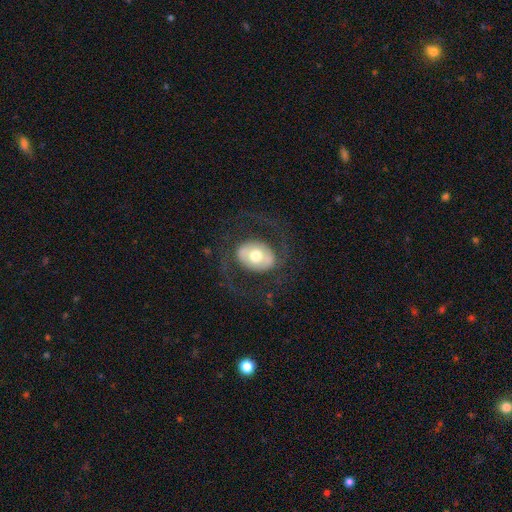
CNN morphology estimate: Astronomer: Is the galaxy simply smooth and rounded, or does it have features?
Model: featured or disk — 59% (runner-up: smooth, 35%).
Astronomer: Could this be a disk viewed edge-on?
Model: no — 94%.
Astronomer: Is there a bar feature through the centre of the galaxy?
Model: no — 61%.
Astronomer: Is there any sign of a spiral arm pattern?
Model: yes — 52% (runner-up: no, 48%).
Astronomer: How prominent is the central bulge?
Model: moderate — 64%.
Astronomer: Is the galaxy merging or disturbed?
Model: none — 71%.